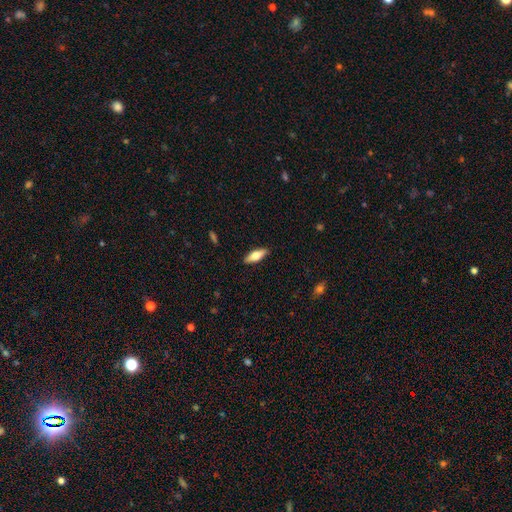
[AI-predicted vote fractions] Morphology: type=smooth (62%); roundness=in between (60%); merging=none (89%).